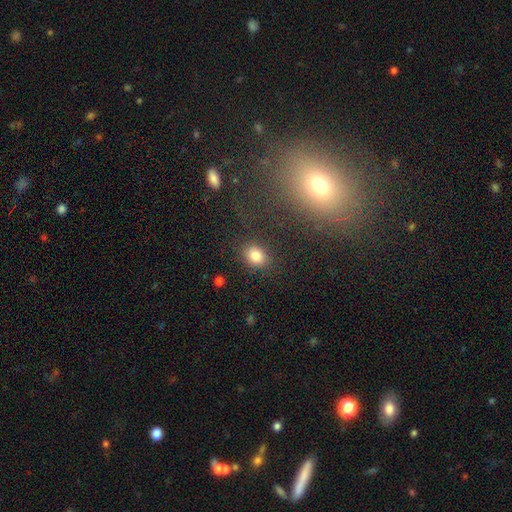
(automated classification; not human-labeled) Smooth or featured? Predicted: smooth (p=0.82). How rounded? Predicted: in between (p=0.52). Merging? Predicted: none (p=0.82).